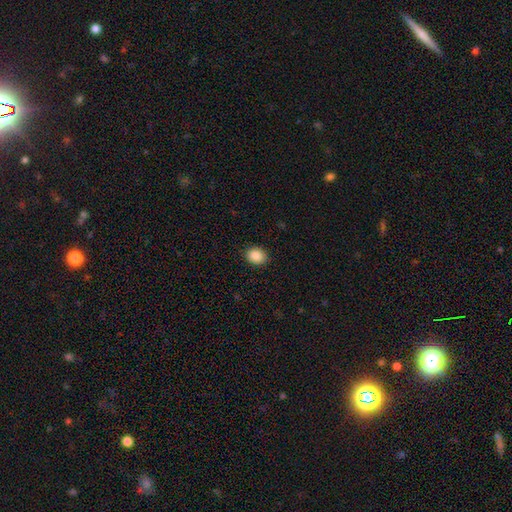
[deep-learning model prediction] This is clearly a smooth galaxy (87%). How rounded: possibly in between (53%). Merging: clearly none (90%).